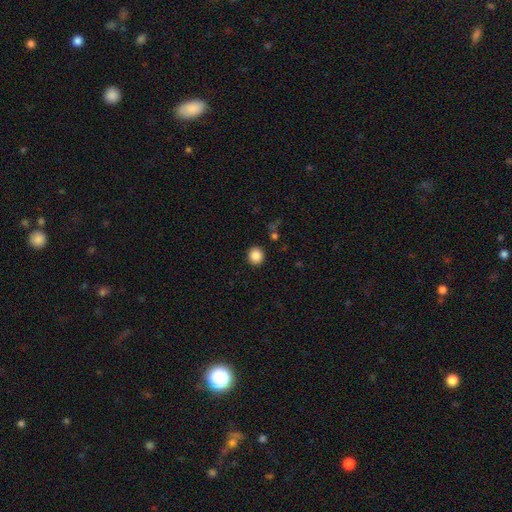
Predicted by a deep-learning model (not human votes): Q: Smooth or featured?
A: smooth (87%); runner-up: star or artifact (10%)
Q: How rounded?
A: round (92%); runner-up: in between (7%)
Q: Merging?
A: none (91%); runner-up: minor disturbance (5%)